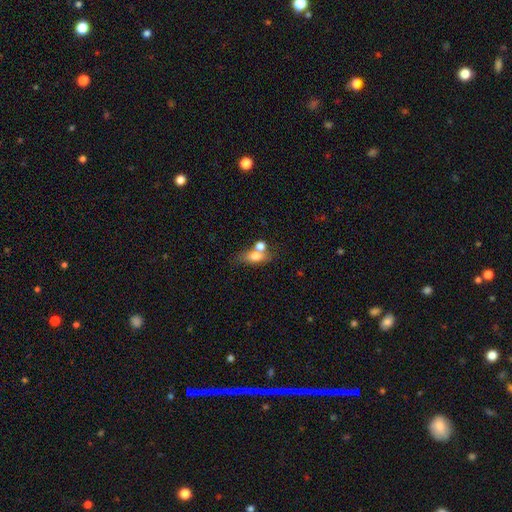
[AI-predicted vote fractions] A smooth galaxy with no disk features (70%) that is in between round and cigar-shaped (70%). Merging: none (40%, tied with merger).